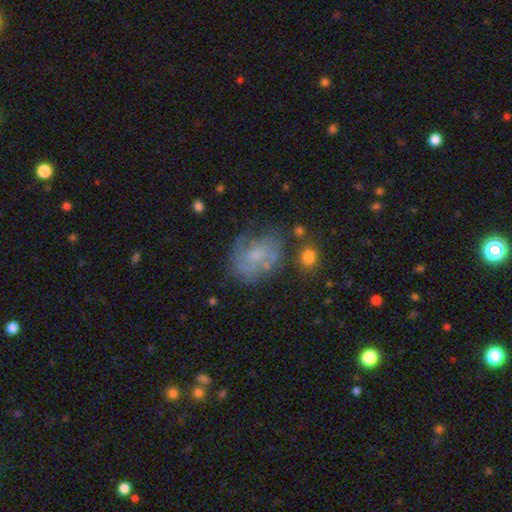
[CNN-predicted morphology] smooth-or-featured: featured or disk: 55% | smooth: 34% | star or artifact: 11%
  disk-edge-on: no: 97% | yes: 3%
    bar: no: 72% | weak: 24% | strong: 4%
    has-spiral-arms: yes: 61% | no: 39%
    bulge-size: small: 39% | moderate: 30% | none: 25% | large: 4% | dominant: 2%
  merging: none: 50% | minor disturbance: 25% | major disturbance: 18% | merger: 7%